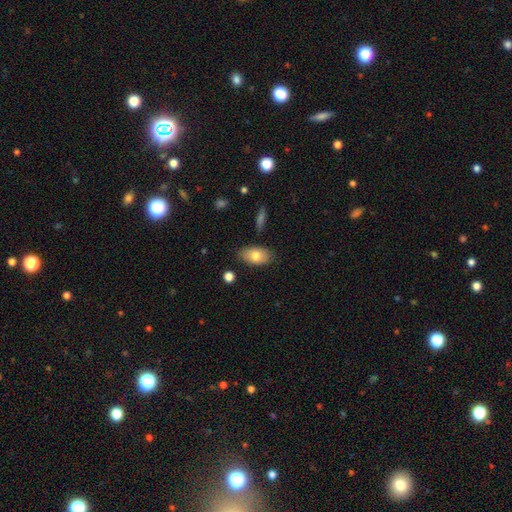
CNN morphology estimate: Smooth or featured?
  - smooth: 75% *
  - featured or disk: 18%
  - star or artifact: 7%
How rounded?
  - in between: 92% *
  - round: 6%
  - cigar-shaped: 2%
Merging?
  - none: 82% *
  - minor disturbance: 13%
  - major disturbance: 3%
  - merger: 2%